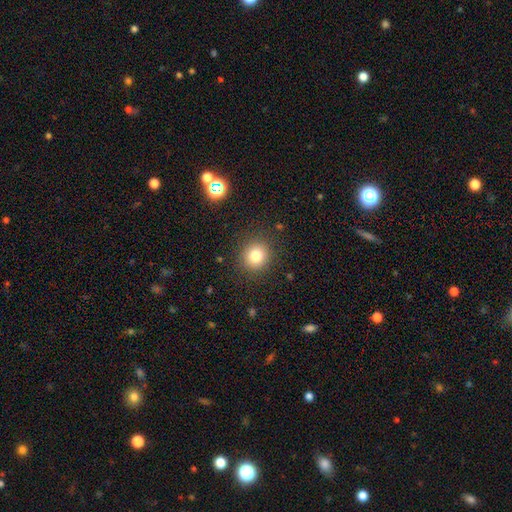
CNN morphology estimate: The model was most divided on "smooth or featured": smooth: 80%, star or artifact: 12%, featured or disk: 8%. More confident: merging — none (88%); how rounded — round (88%).